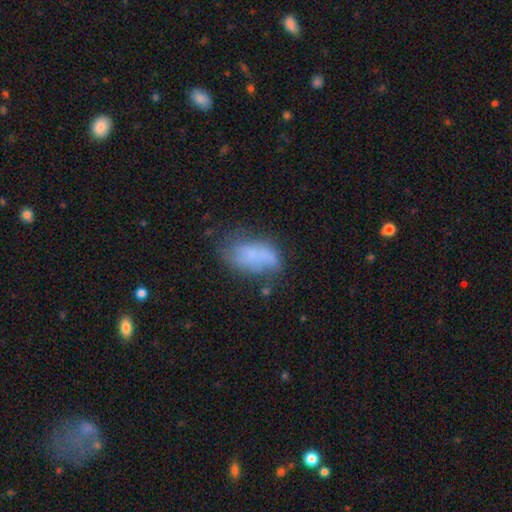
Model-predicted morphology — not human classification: The model was most divided on "merging": none: 41%, minor disturbance: 31%, major disturbance: 20%, merger: 8%. More confident: how rounded — in between (90%); smooth or featured — smooth (61%).